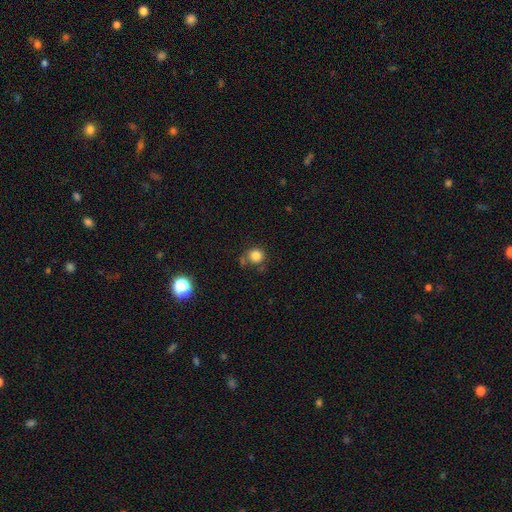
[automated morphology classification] Smooth or featured? Predicted: smooth (p=0.82). How rounded? Predicted: round (p=0.91). Merging? Predicted: none (p=0.70).